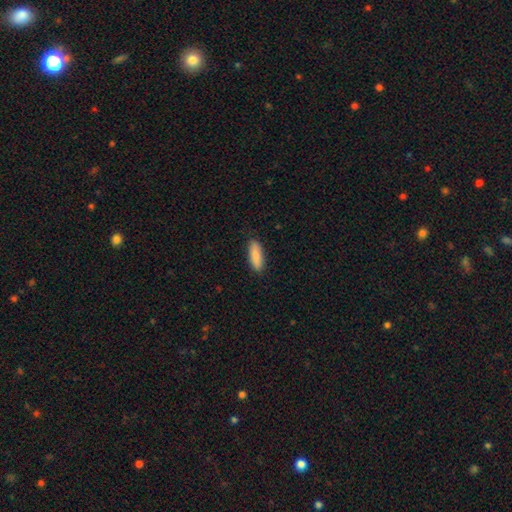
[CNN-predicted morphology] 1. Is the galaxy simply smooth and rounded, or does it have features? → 88% smooth, 6% featured or disk, 6% star or artifact.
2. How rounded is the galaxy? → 60% in between, 38% cigar-shaped, 2% round.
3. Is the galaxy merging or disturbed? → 88% none, 9% minor disturbance, 2% major disturbance, 1% merger.